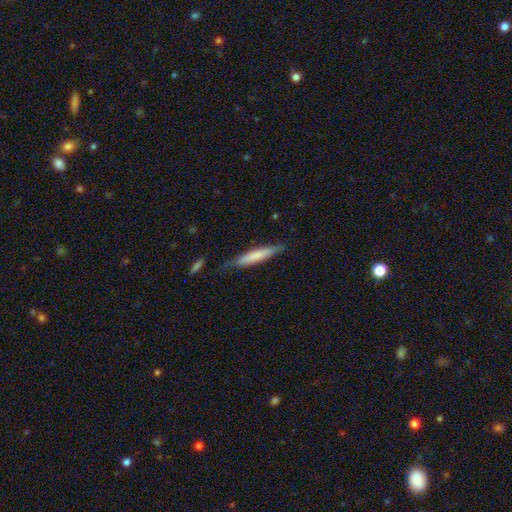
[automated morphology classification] smooth-or-featured: smooth: 68% | featured or disk: 27% | star or artifact: 5%
  how-rounded: cigar-shaped: 91% | in between: 8% | round: 1%
  merging: none: 74% | minor disturbance: 19% | major disturbance: 4% | merger: 2%